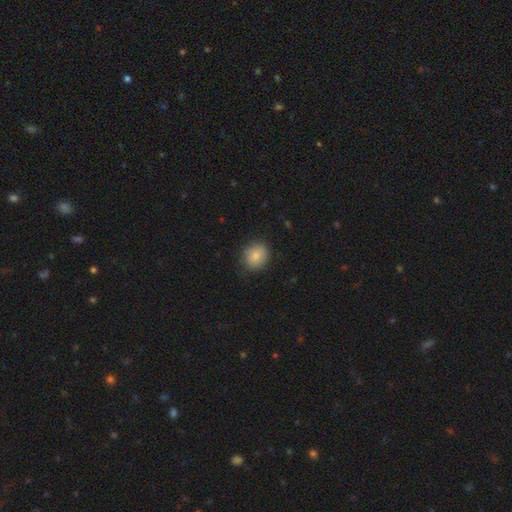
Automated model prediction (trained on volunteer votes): This appears to be a smooth galaxy with no disk features (84%) that is round (76%). Merging: none (83%).